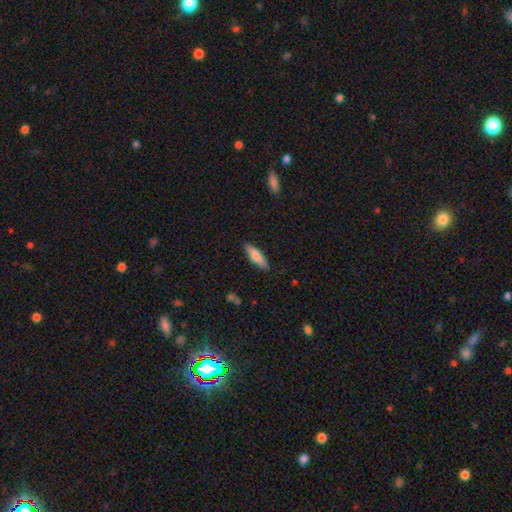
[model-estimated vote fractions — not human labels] This is likely a smooth galaxy (78%). How rounded: possibly cigar-shaped (59%). Merging: clearly none (87%).